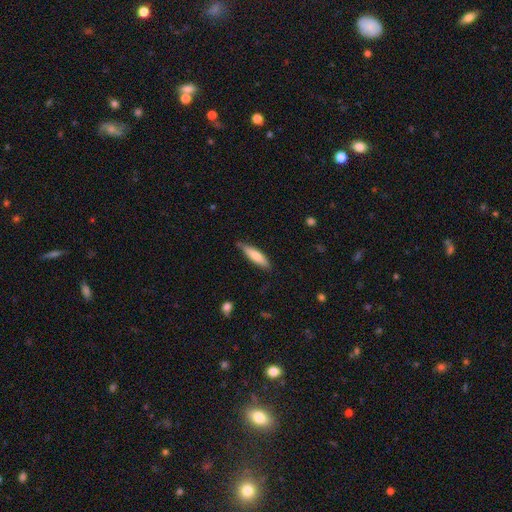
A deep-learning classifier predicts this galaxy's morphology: Smooth or featured? smooth (74%)
How rounded? cigar-shaped (69%)
Merging? none (77%)